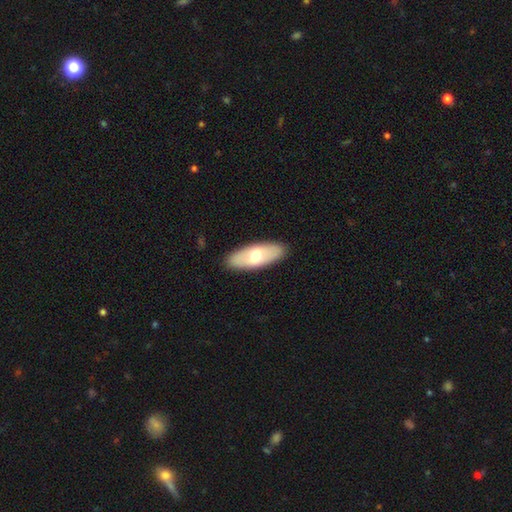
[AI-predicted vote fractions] Overall: smooth (60%; featured or disk 35%). How rounded: in between (77%). Merging: none (88%).